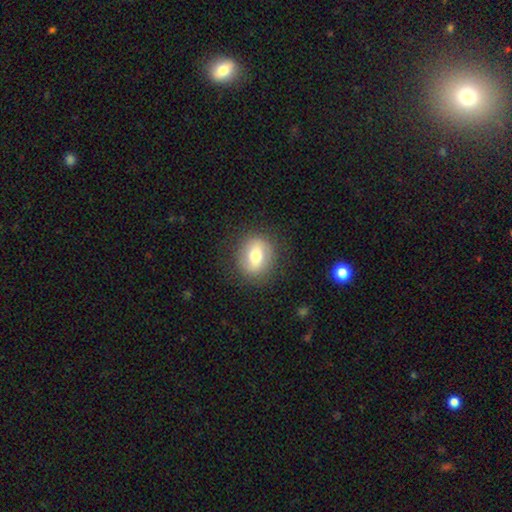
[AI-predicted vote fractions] Smooth or featured: smooth — 61% (featured or disk — 30%)
How rounded: round — 64% (in between — 35%)
Merging: none — 85% (minor disturbance — 10%)